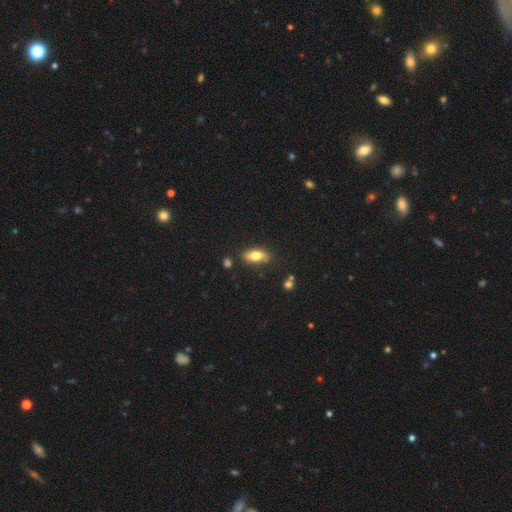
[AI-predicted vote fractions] smooth_or_featured: smooth (p=0.75) [alt: featured or disk p=0.17]
how_rounded: in between (p=0.86) [alt: cigar-shaped p=0.10]
merging: none (p=0.80) [alt: minor disturbance p=0.14]